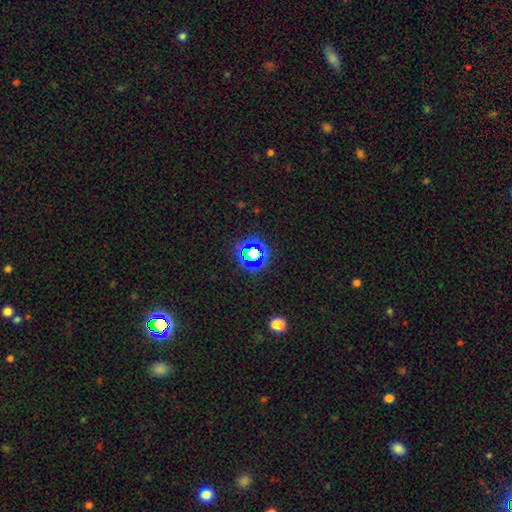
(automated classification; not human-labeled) The model was most divided on "smooth or featured": star or artifact: 65%, smooth: 24%, featured or disk: 11%.